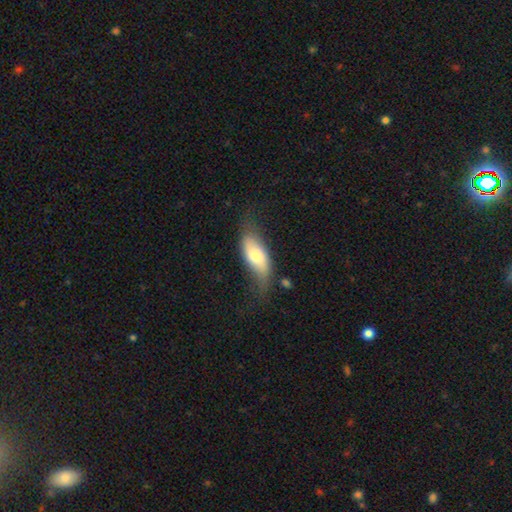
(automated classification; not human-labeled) Smooth or featured? smooth (62%)
How rounded? in between (82%)
Merging? none (49%)